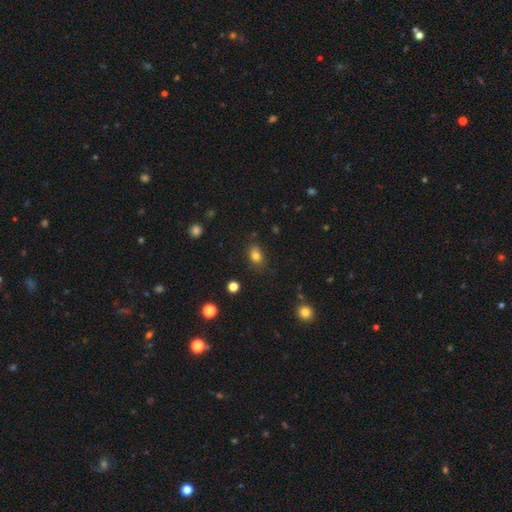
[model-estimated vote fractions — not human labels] smooth_or_featured: smooth (p=0.80) [alt: star or artifact p=0.12]
how_rounded: in between (p=0.75) [alt: round p=0.24]
merging: none (p=0.76) [alt: minor disturbance p=0.17]